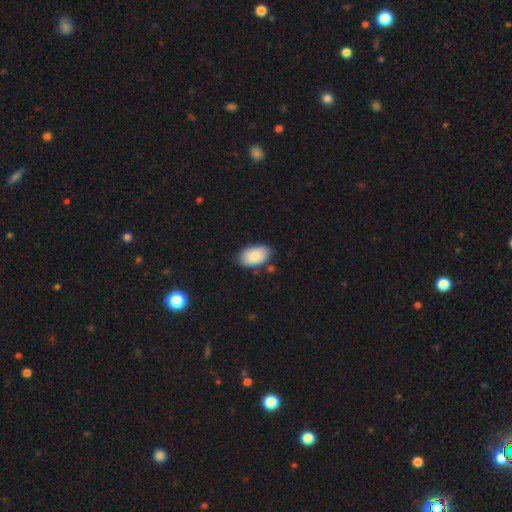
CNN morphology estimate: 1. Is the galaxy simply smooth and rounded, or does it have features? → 84% smooth, 10% featured or disk, 6% star or artifact.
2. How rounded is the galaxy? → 93% in between, 6% round, 1% cigar-shaped.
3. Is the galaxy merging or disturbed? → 78% none, 16% minor disturbance, 3% merger, 3% major disturbance.